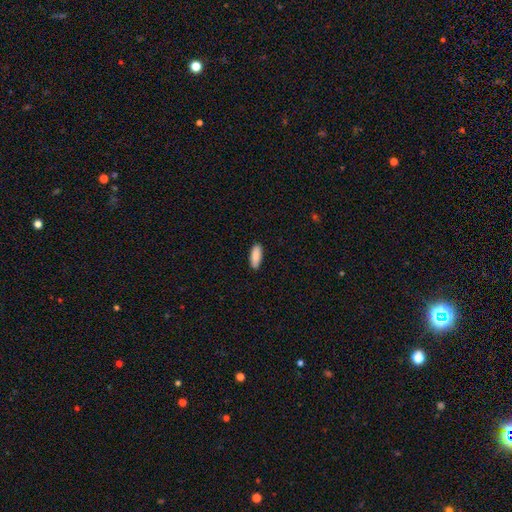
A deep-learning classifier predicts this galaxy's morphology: Smooth or featured?
  - smooth: 90% *
  - star or artifact: 6%
  - featured or disk: 5%
How rounded?
  - in between: 68% *
  - cigar-shaped: 30%
  - round: 2%
Merging?
  - none: 88% *
  - minor disturbance: 9%
  - major disturbance: 2%
  - merger: 1%